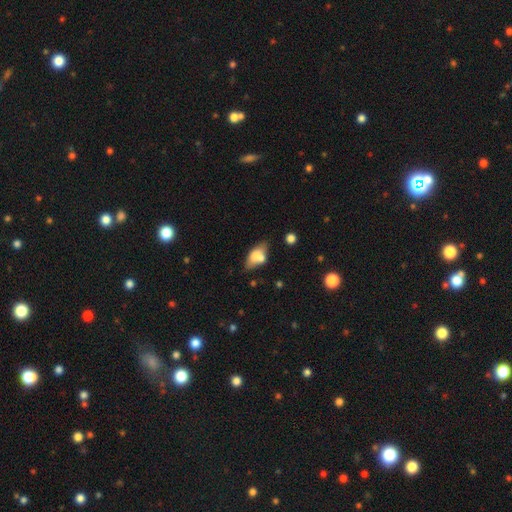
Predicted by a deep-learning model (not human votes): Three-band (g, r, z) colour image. It shows a smooth galaxy with no disk features (65%) that is in between round and cigar-shaped (84%). Merging: none (45%).